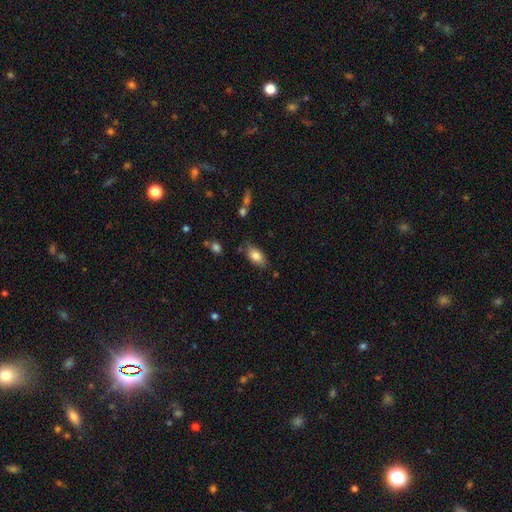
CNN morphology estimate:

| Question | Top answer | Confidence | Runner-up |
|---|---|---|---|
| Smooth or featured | smooth | 81% | featured or disk (12%) |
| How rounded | in between | 91% | round (5%) |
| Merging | none | 74% | minor disturbance (18%) |